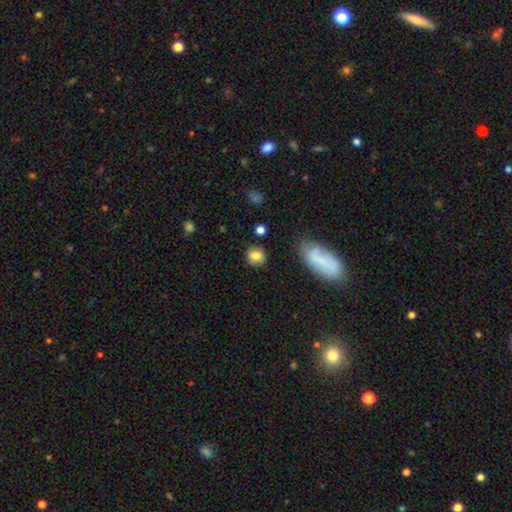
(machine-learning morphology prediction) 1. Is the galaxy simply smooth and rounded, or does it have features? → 80% smooth, 10% featured or disk, 10% star or artifact.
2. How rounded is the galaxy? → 76% round, 22% in between, 2% cigar-shaped.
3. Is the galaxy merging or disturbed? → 81% none, 12% minor disturbance, 4% major disturbance, 3% merger.